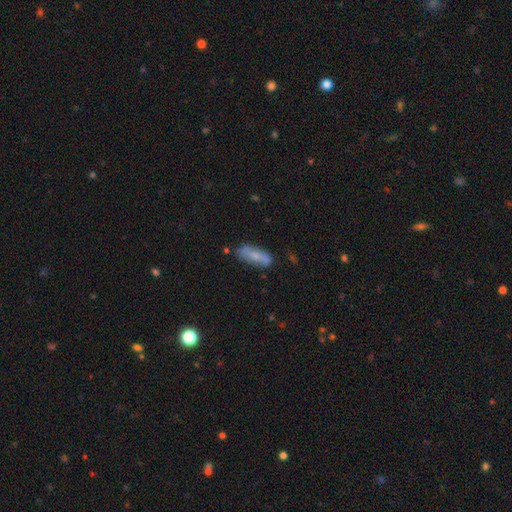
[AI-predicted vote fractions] This appears to be a smooth galaxy with no disk features (63%) that is in between round and cigar-shaped (61%). Merging: none (71%).